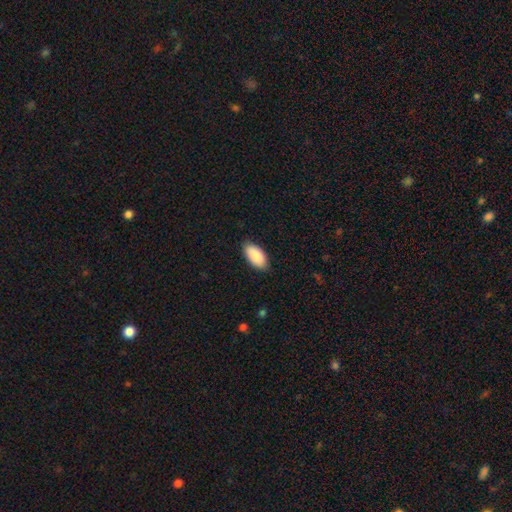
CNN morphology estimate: type=smooth (89%); roundness=in between (94%); merging=none (86%).